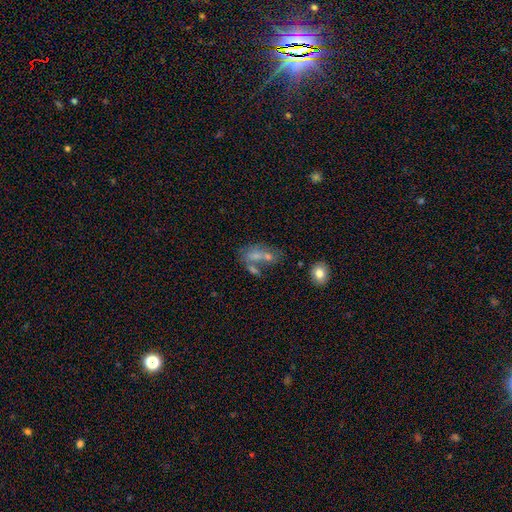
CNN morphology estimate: Smooth or featured? smooth (46%)
Merging? merger (39%)